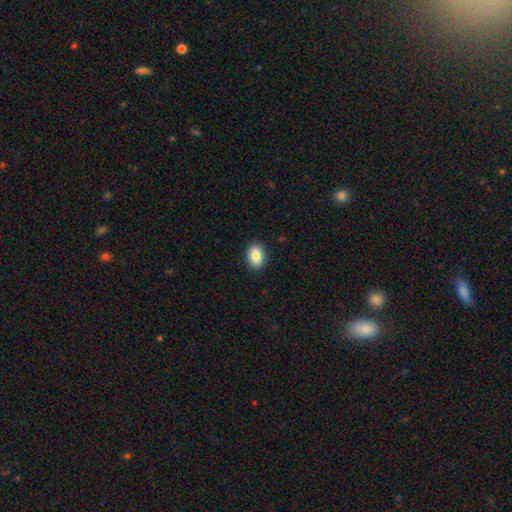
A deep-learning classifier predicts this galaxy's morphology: A smooth galaxy with no disk features (87%) that is in between round and cigar-shaped (80%).

Vote fractions:
- Smooth or featured? smooth: 87% / star or artifact: 7% / featured or disk: 5%
- How rounded? in between: 80% / round: 18% / cigar-shaped: 1%
- Merging? none: 90% / minor disturbance: 7% / major disturbance: 2% / merger: 1%